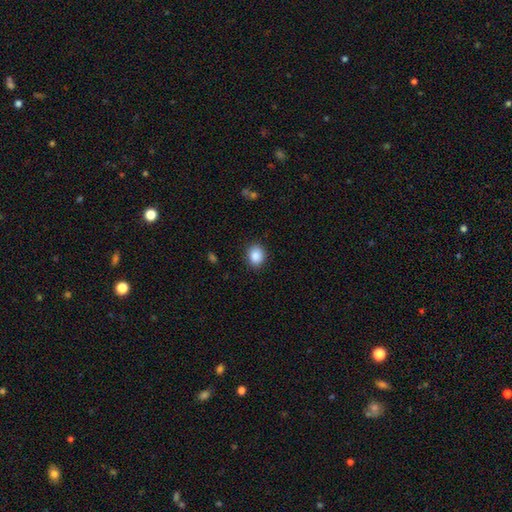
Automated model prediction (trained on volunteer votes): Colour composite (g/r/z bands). It shows a smooth galaxy with no disk features (88%) that is round (60%). Merging: none (88%).